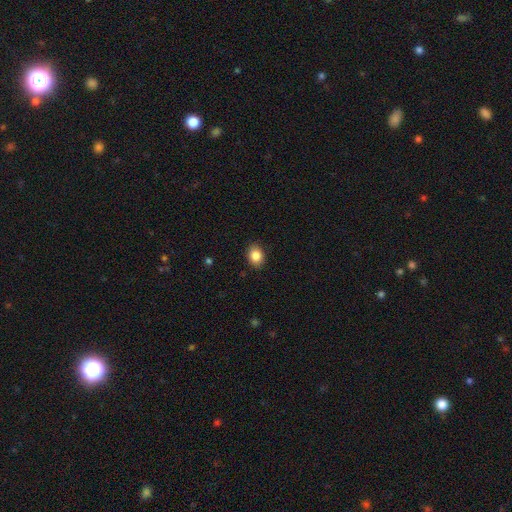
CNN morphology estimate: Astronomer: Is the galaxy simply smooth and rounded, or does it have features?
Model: smooth — 86%.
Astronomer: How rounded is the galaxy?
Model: in between — 59% (runner-up: round, 40%).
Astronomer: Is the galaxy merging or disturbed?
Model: none — 88%.